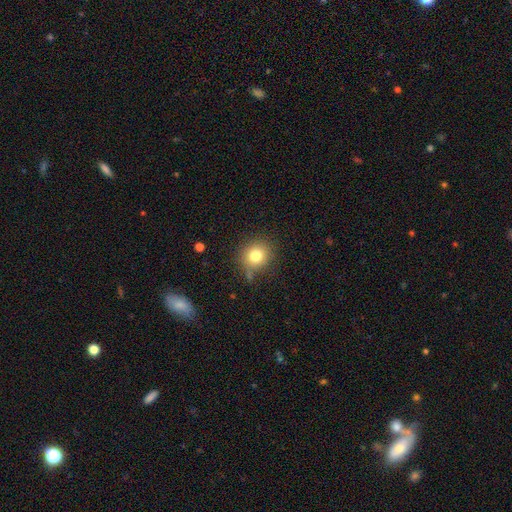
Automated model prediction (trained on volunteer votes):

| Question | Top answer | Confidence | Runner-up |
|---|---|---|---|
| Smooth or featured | smooth | 79% | star or artifact (12%) |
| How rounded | round | 87% | in between (12%) |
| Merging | none | 78% | minor disturbance (14%) |